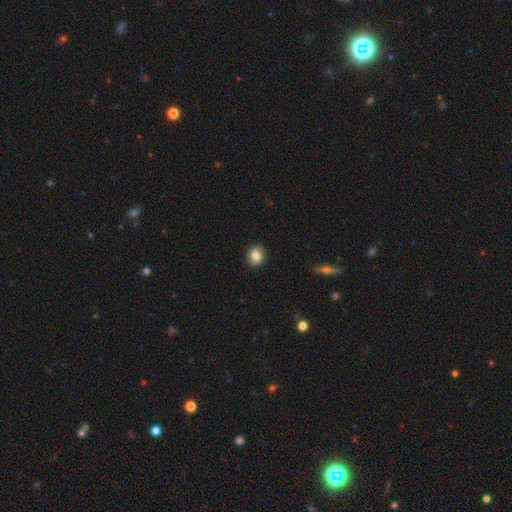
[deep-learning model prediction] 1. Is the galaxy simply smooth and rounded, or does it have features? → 83% smooth, 9% star or artifact, 8% featured or disk.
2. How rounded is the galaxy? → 71% round, 28% in between, 1% cigar-shaped.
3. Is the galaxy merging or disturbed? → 91% none, 7% minor disturbance, 2% major disturbance, 1% merger.